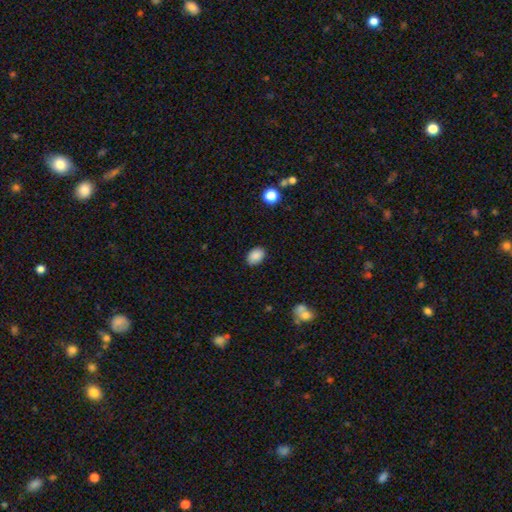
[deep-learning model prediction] A smooth galaxy with no disk features (88%) that is in between round and cigar-shaped (81%). Merging: none (86%).